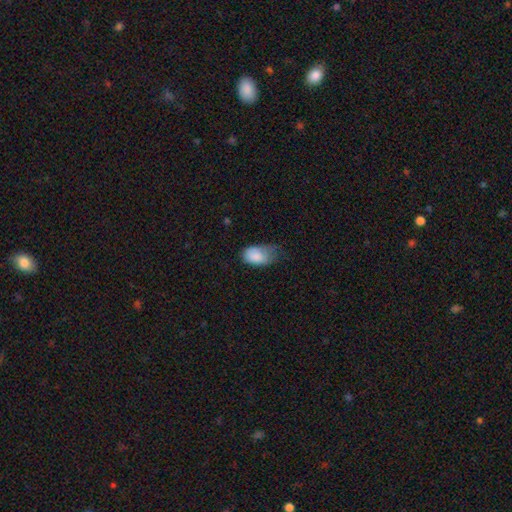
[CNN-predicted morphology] Q: Smooth or featured?
A: smooth (84%); runner-up: featured or disk (9%)
Q: How rounded?
A: in between (91%); runner-up: round (7%)
Q: Merging?
A: minor disturbance (45%); runner-up: major disturbance (30%)